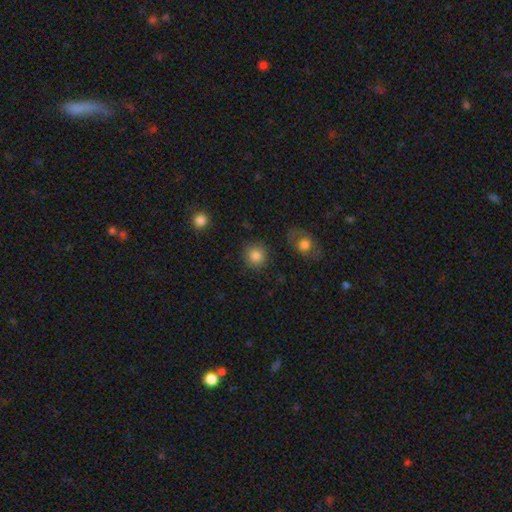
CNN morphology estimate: This is clearly a smooth galaxy (84%). How rounded: clearly round (90%). Merging: clearly none (87%).